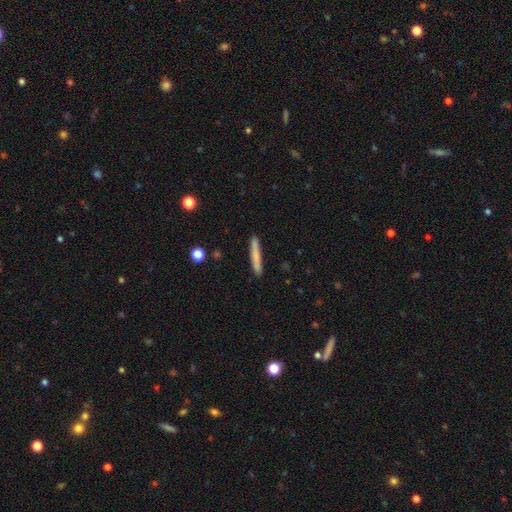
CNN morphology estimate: Smooth or featured? smooth (73%)
How rounded? cigar-shaped (96%)
Merging? none (90%)